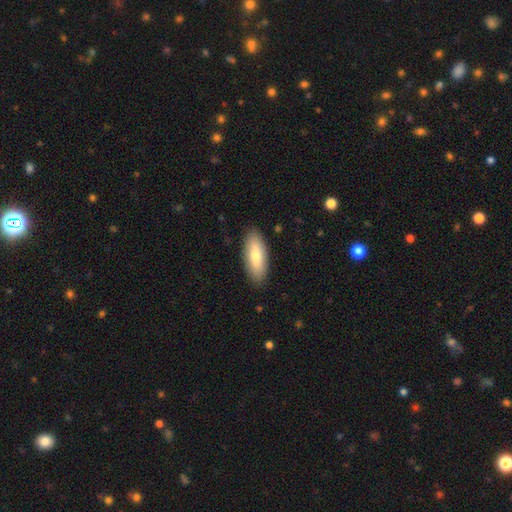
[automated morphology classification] smooth-or-featured: smooth: 76% | featured or disk: 19% | star or artifact: 6%
  how-rounded: in between: 75% | cigar-shaped: 23% | round: 2%
  merging: none: 88% | minor disturbance: 9% | major disturbance: 2% | merger: 1%